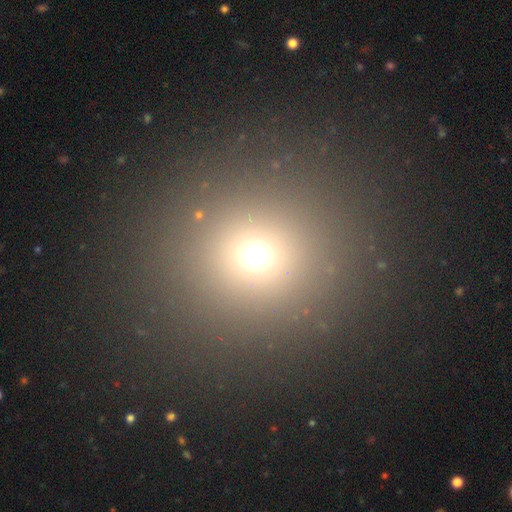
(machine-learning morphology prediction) Smooth or featured? Predicted: smooth (p=0.66). How rounded? Predicted: round (p=0.91). Merging? Predicted: none (p=0.88).